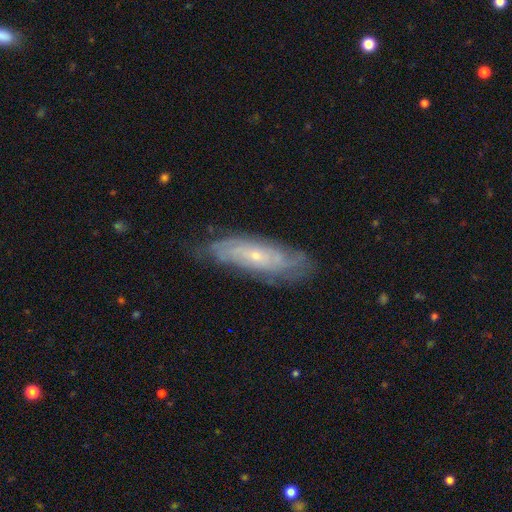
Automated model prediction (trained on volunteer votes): The model was most divided on "spiral arm count": can't tell: 58%, 2: 18%, 3: 8%, 4: 7%, more than 4: 5%, 1: 4%. More confident: spiral arms — yes (88%); edge-on disk — no (79%); bulge size — small (78%); merging — none (76%); bar — no (75%); smooth or featured — featured or disk (73%); spiral winding — tight (68%).